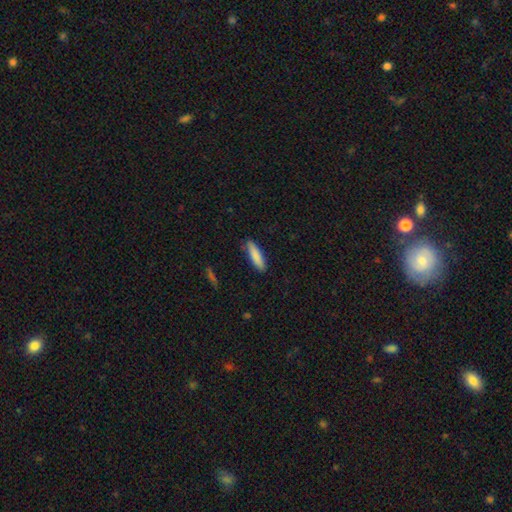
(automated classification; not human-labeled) Smooth or featured? smooth (86%)
How rounded? cigar-shaped (72%)
Merging? none (85%)